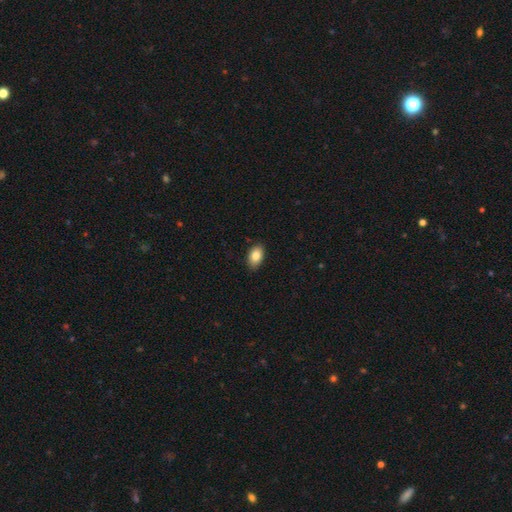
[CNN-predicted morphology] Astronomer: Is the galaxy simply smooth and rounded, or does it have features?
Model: smooth — 83%.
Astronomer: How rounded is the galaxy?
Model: in between — 90%.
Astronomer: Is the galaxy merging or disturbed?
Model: none — 87%.